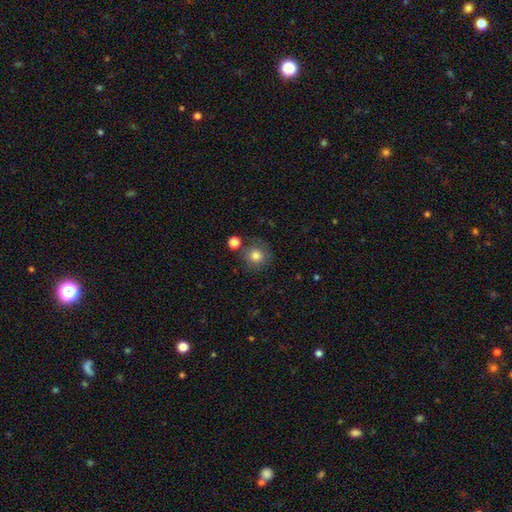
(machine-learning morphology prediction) A smooth galaxy with no disk features (80%) that is round (92%). Merging: none (74%).